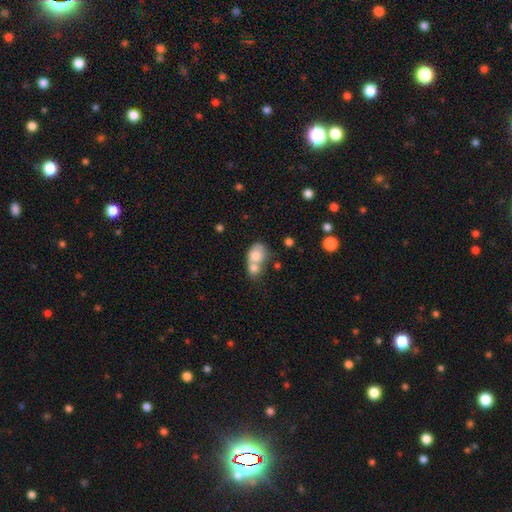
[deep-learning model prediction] Q: Smooth or featured?
A: smooth (75%); runner-up: featured or disk (16%)
Q: How rounded?
A: in between (54%); runner-up: round (45%)
Q: Merging?
A: merger (68%); runner-up: none (18%)